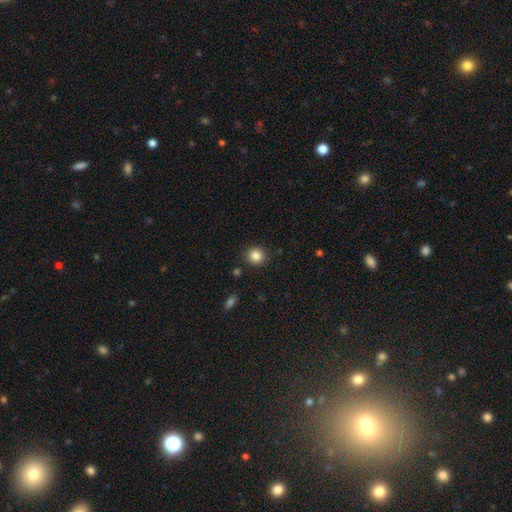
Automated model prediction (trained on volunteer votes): This appears to be a smooth galaxy with no disk features (85%) that is round (87%). Merging: none (88%).